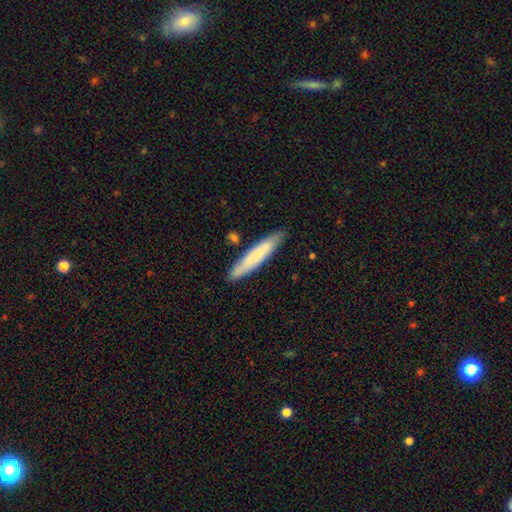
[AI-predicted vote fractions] This is likely a smooth galaxy (74%). How rounded: clearly cigar-shaped (91%). Merging: clearly none (85%).